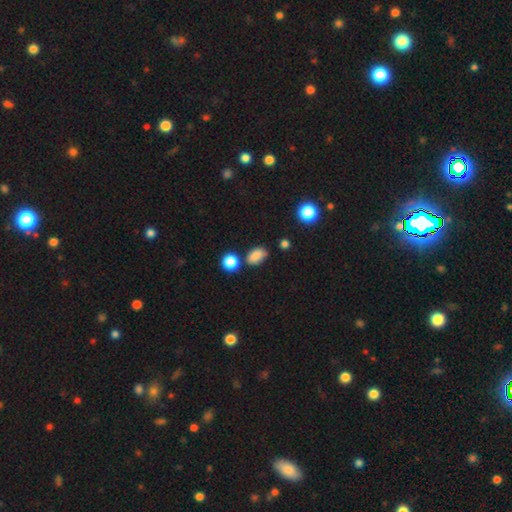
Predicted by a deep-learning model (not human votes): Smooth or featured: smooth — 83% (star or artifact — 11%)
How rounded: in between — 86% (round — 12%)
Merging: none — 68% (minor disturbance — 20%)